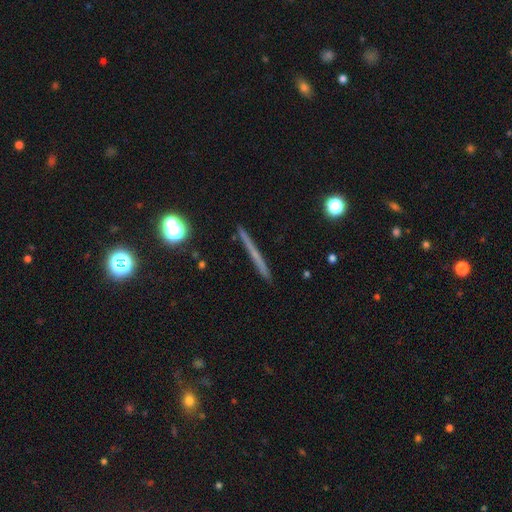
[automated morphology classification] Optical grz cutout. It shows a featured or disk galaxy (49%). Merging: none (90%).